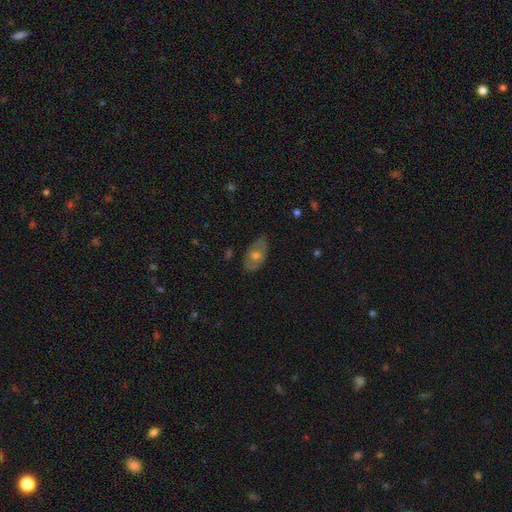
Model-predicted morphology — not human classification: Smooth or featured: smooth — 52% (featured or disk — 41%)
How rounded: in between — 89% (round — 9%)
Merging: none — 76% (minor disturbance — 19%)